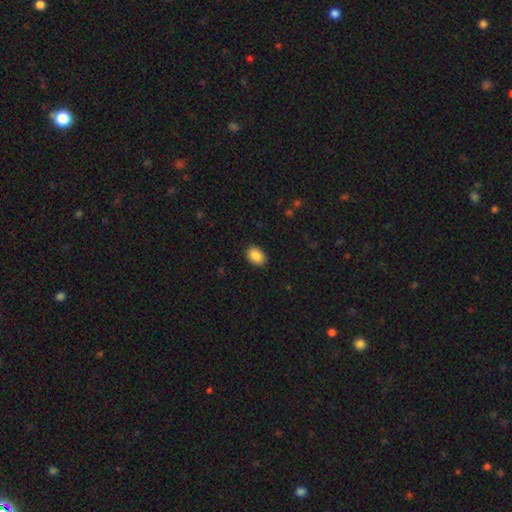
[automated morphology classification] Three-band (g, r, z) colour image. It shows a smooth galaxy with no disk features (89%) that is in between round and cigar-shaped (82%). Merging: none (89%).